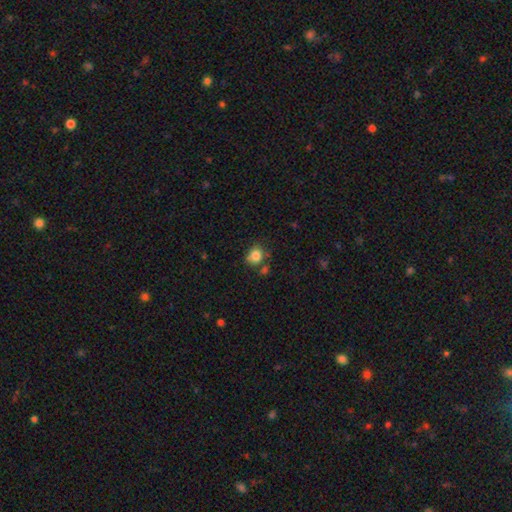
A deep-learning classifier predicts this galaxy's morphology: Q: Smooth or featured?
A: smooth (82%); runner-up: star or artifact (11%)
Q: How rounded?
A: round (68%); runner-up: in between (31%)
Q: Merging?
A: none (61%); runner-up: minor disturbance (21%)